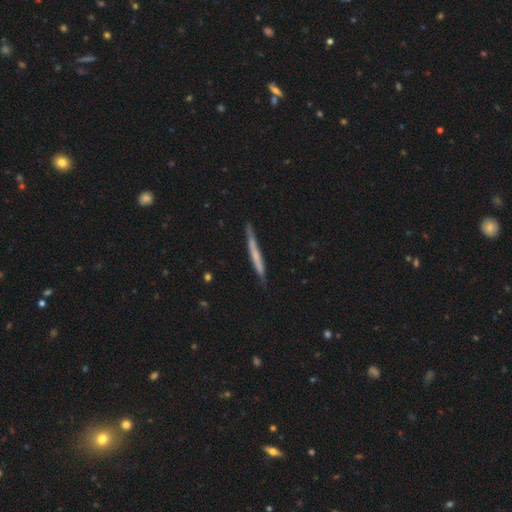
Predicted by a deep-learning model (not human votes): Morphology: type=featured or disk (47%, tied with smooth); merging=none (81%).